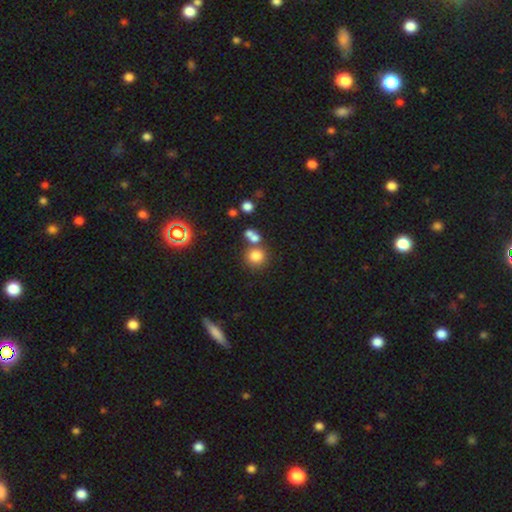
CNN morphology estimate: Overall: smooth (77%). How rounded: round (88%). Merging: none (61%; merger 27%).